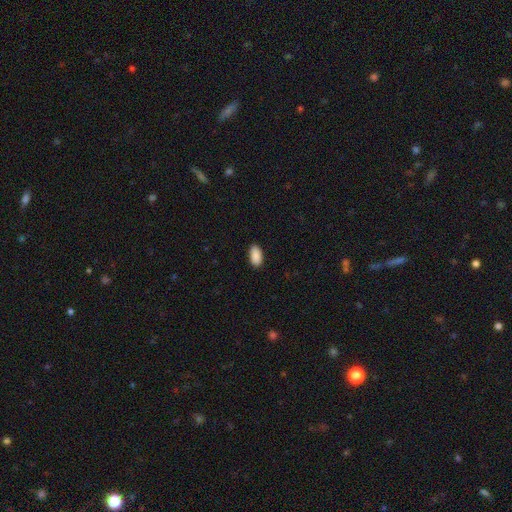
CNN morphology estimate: Smooth or featured? Predicted: smooth (p=0.90). How rounded? Predicted: in between (p=0.93). Merging? Predicted: none (p=0.89).